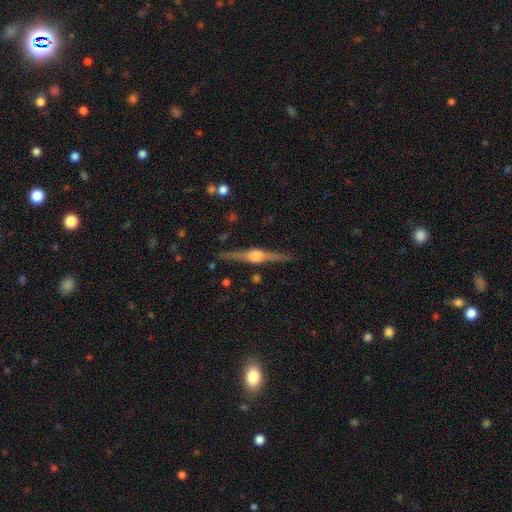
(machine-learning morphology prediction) Smooth or featured? featured or disk (84%)
Edge-on disk? yes (98%)
Edge-on bulge? rounded (90%)
Merging? none (89%)